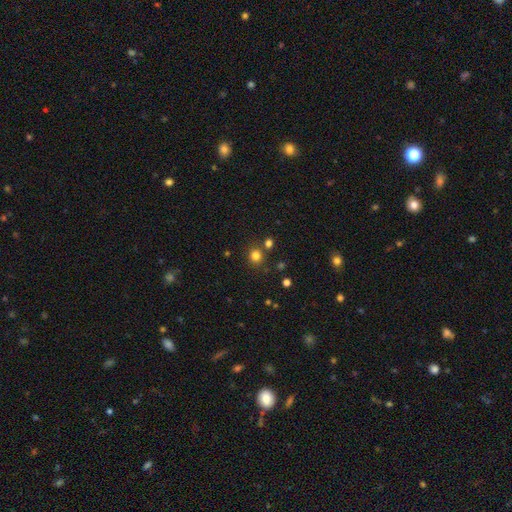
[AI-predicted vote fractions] This is likely a smooth galaxy (79%). How rounded: clearly round (88%). Merging: likely none (79%).